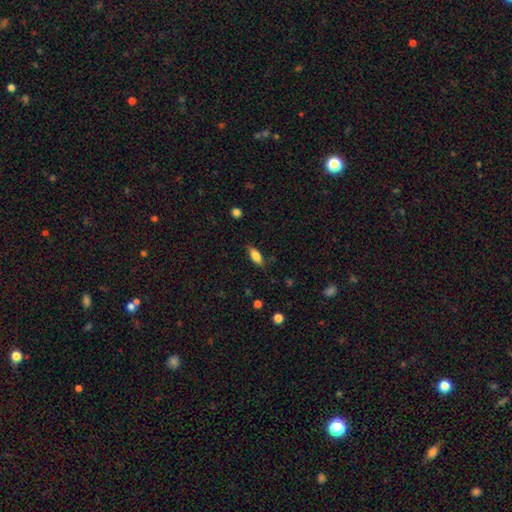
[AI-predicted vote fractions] Q: Smooth or featured?
A: smooth (80%); runner-up: featured or disk (12%)
Q: How rounded?
A: in between (81%); runner-up: cigar-shaped (17%)
Q: Merging?
A: none (80%); runner-up: minor disturbance (15%)